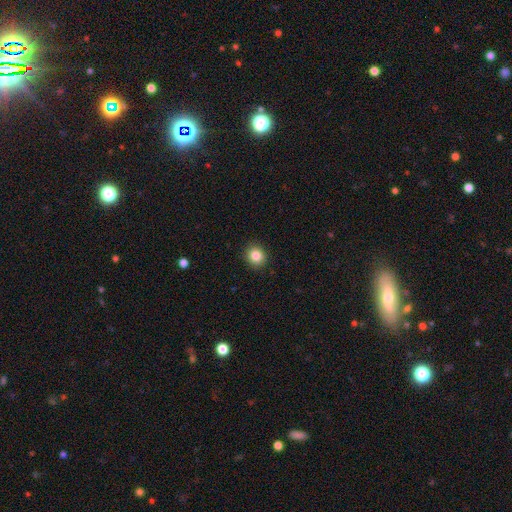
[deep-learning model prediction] Smooth or featured: smooth — 85% (star or artifact — 10%)
How rounded: round — 83% (in between — 17%)
Merging: none — 91% (minor disturbance — 6%)